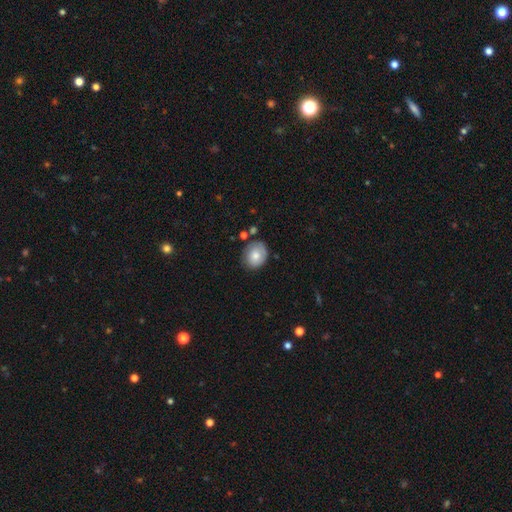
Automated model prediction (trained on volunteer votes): Smooth or featured: smooth — 74% (featured or disk — 19%)
How rounded: round — 58% (in between — 41%)
Merging: none — 72% (minor disturbance — 19%)